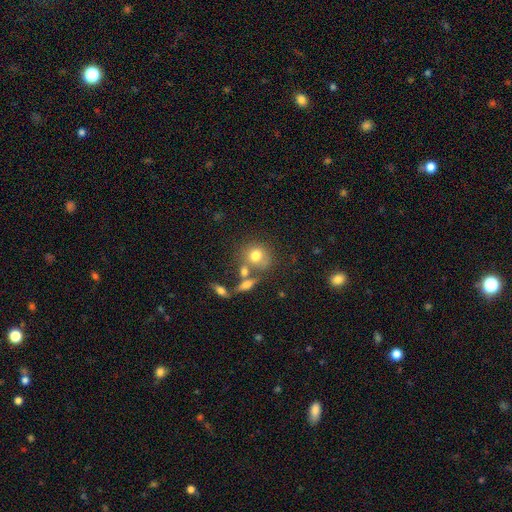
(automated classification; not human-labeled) Overall: smooth (72%). How rounded: round (77%). Merging: none (52%; merger 28%).